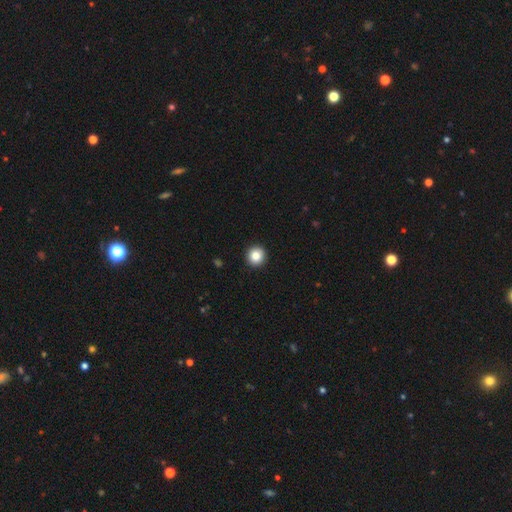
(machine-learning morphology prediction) Smooth or featured?
  - smooth: 85% *
  - star or artifact: 9%
  - featured or disk: 6%
How rounded?
  - round: 95% *
  - in between: 4%
  - cigar-shaped: 1%
Merging?
  - none: 94% *
  - minor disturbance: 4%
  - major disturbance: 1%
  - merger: 1%